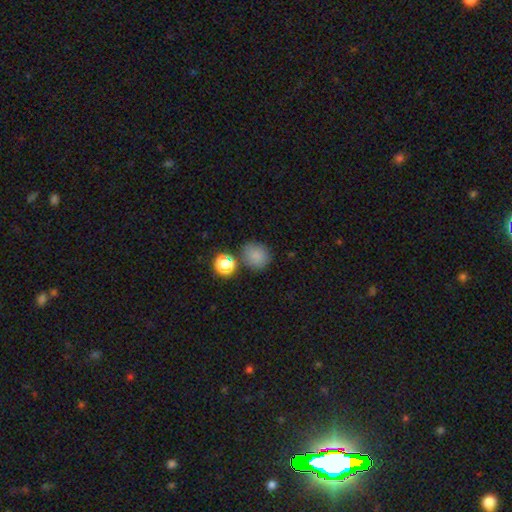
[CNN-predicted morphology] Smooth or featured? Predicted: smooth (p=0.83). How rounded? Predicted: round (p=0.84). Merging? Predicted: none (p=0.73).